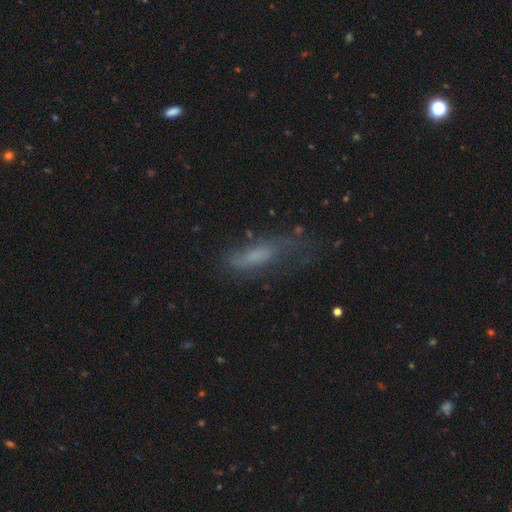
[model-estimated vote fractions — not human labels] smooth-or-featured: smooth: 57% | featured or disk: 30% | star or artifact: 14%
  how-rounded: cigar-shaped: 51% | in between: 46% | round: 3%
  merging: none: 45% | minor disturbance: 27% | major disturbance: 25% | merger: 3%